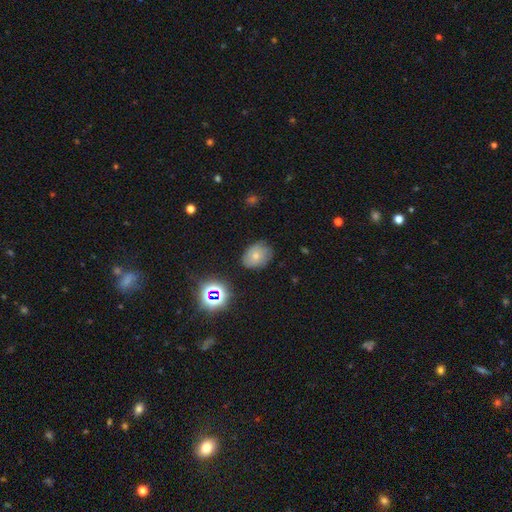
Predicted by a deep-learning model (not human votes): This appears to be a smooth galaxy with no disk features (64%) that is in between round and cigar-shaped (62%). Merging: none (75%).